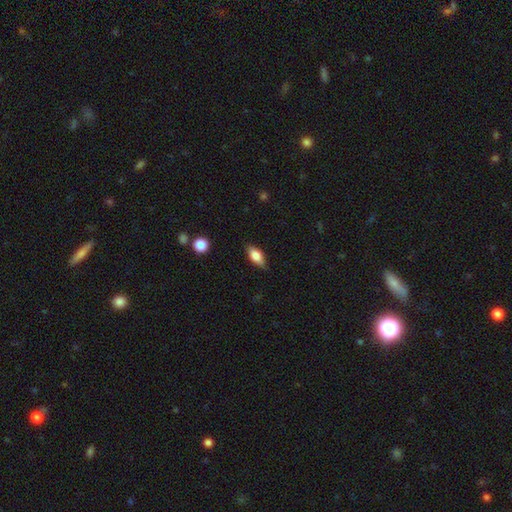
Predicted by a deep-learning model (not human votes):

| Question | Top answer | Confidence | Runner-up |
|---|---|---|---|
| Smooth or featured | smooth | 75% | featured or disk (18%) |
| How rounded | in between | 84% | cigar-shaped (11%) |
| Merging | none | 82% | minor disturbance (14%) |